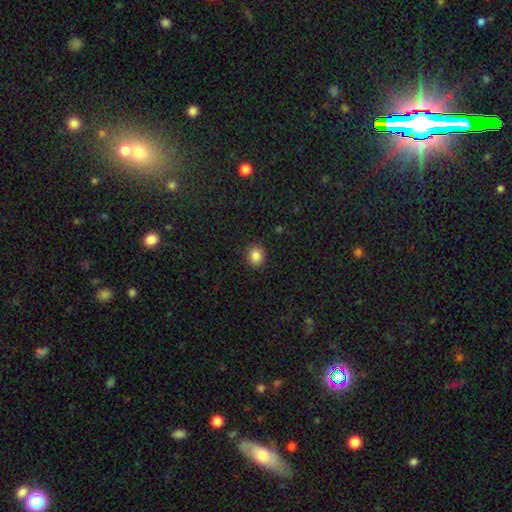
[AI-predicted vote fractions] A smooth galaxy with no disk features (85%) that is round (82%). Merging: none (90%).